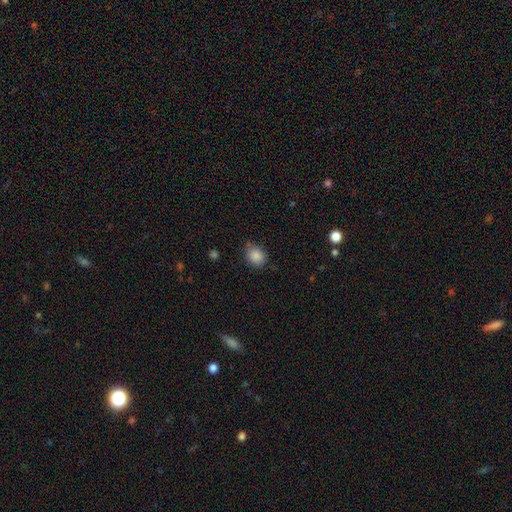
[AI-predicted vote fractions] Q: Smooth or featured?
A: smooth (87%); runner-up: star or artifact (9%)
Q: How rounded?
A: round (54%); runner-up: in between (45%)
Q: Merging?
A: none (75%); runner-up: minor disturbance (20%)